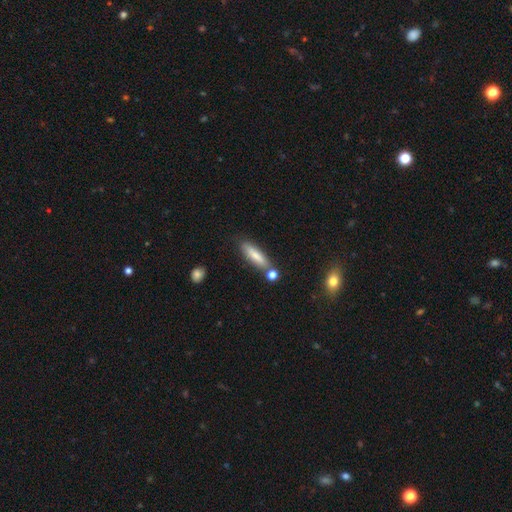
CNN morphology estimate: Smooth or featured?
  - smooth: 75% *
  - featured or disk: 18%
  - star or artifact: 7%
How rounded?
  - cigar-shaped: 70% *
  - in between: 28%
  - round: 2%
Merging?
  - none: 73% *
  - minor disturbance: 13%
  - merger: 10%
  - major disturbance: 3%